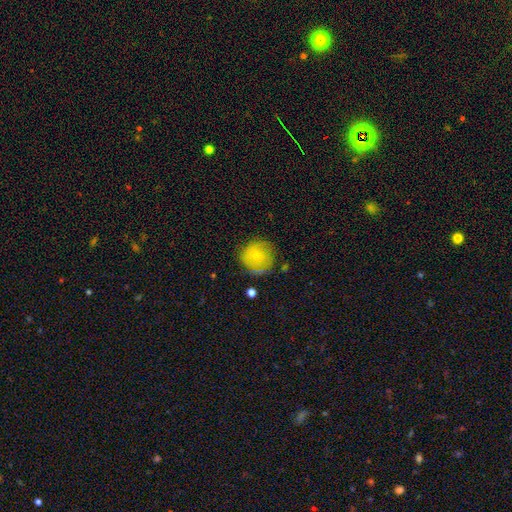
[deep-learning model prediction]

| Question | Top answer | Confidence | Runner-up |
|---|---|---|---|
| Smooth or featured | smooth | 66% | featured or disk (24%) |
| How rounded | round | 91% | in between (8%) |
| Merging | none | 74% | minor disturbance (19%) |